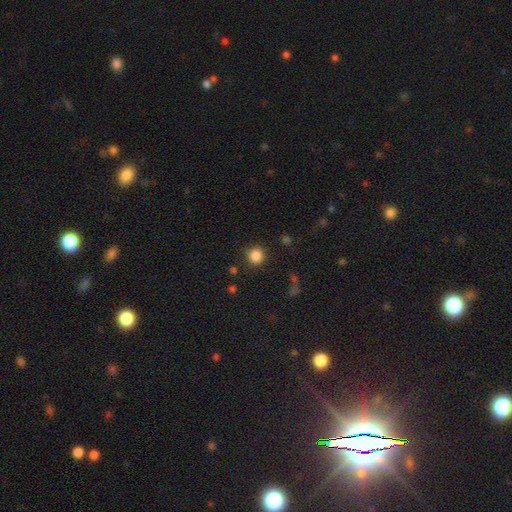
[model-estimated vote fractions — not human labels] Morphology: type=smooth (86%); roundness=round (92%); merging=none (86%).